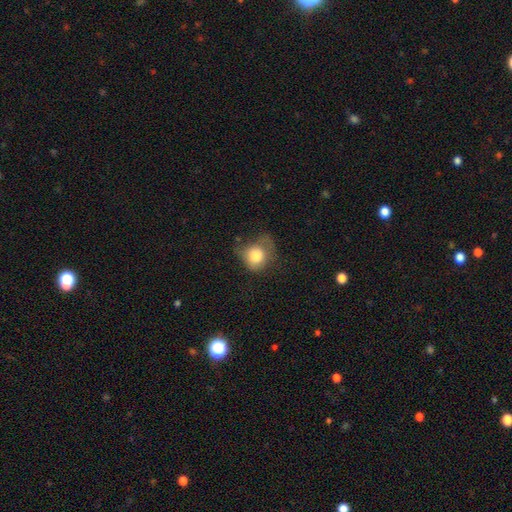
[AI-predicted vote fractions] Smooth or featured? Predicted: smooth (p=0.77). How rounded? Predicted: round (p=0.67). Merging? Predicted: minor disturbance (p=0.35).